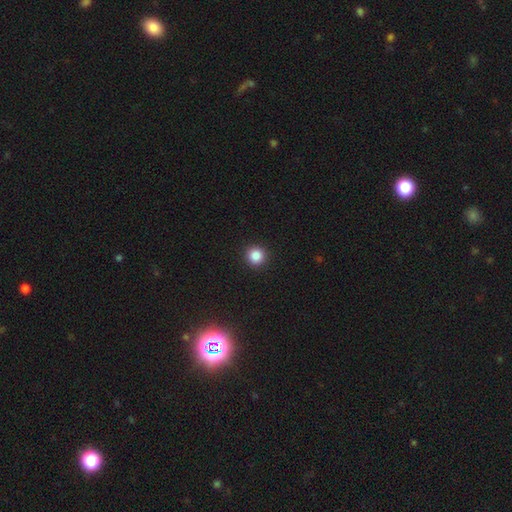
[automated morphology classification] Smooth or featured? Predicted: smooth (p=0.85). How rounded? Predicted: round (p=0.94). Merging? Predicted: none (p=0.93).